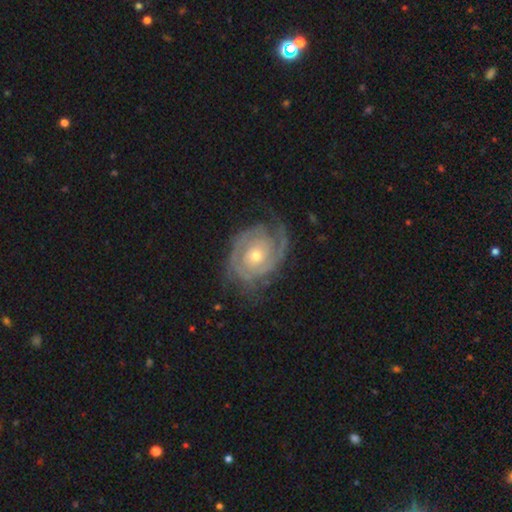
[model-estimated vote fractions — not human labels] Smooth or featured? featured or disk (88%)
Edge-on disk? no (97%)
Bar? no (75%)
Spiral arms? yes (96%)
Spiral winding? tight (68%)
Spiral arm count? 2 (53%)
Bulge size? moderate (50%)
Merging? none (69%)